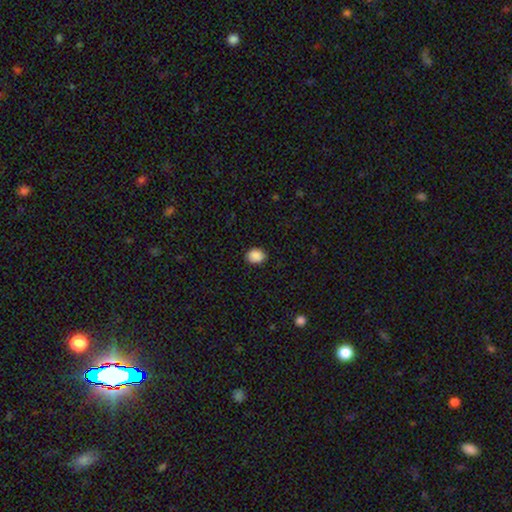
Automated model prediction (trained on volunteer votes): A smooth galaxy with no disk features (89%) that is in between round and cigar-shaped (56%).

Vote fractions:
- Smooth or featured? smooth: 89% / star or artifact: 8% / featured or disk: 3%
- How rounded? in between: 56% / round: 43% / cigar-shaped: 1%
- Merging? none: 88% / minor disturbance: 9% / major disturbance: 2% / merger: 1%